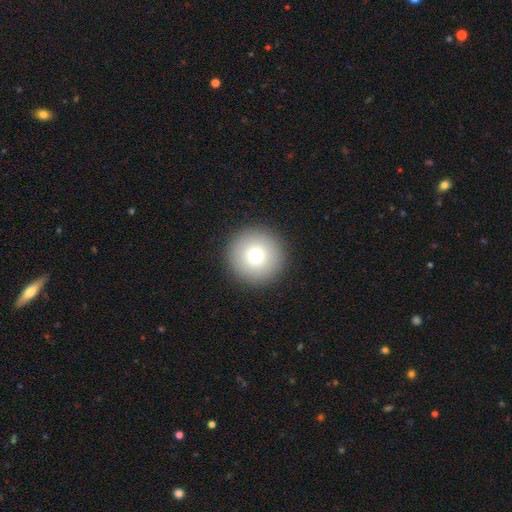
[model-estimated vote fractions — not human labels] smooth_or_featured: smooth (p=0.75) [alt: featured or disk p=0.13]
how_rounded: round (p=0.97) [alt: in between p=0.02]
merging: none (p=0.93) [alt: minor disturbance p=0.04]